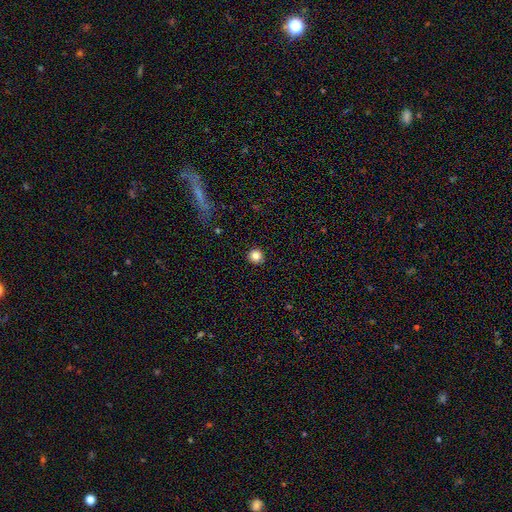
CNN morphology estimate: Q: Smooth or featured?
A: smooth (83%); runner-up: star or artifact (11%)
Q: How rounded?
A: round (95%); runner-up: in between (4%)
Q: Merging?
A: none (92%); runner-up: minor disturbance (5%)